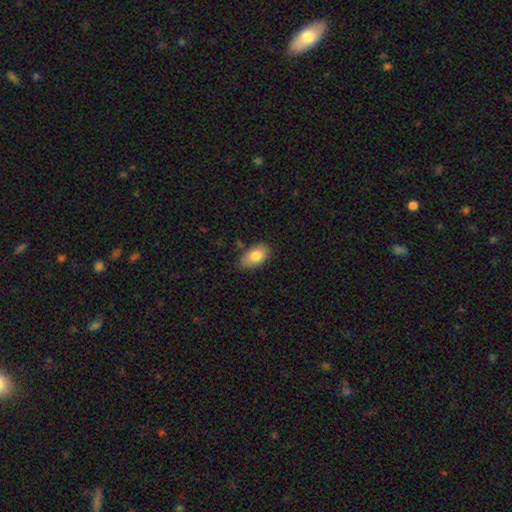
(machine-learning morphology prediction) smooth-or-featured: smooth: 82% | featured or disk: 11% | star or artifact: 7%
  how-rounded: in between: 93% | round: 5% | cigar-shaped: 2%
  merging: none: 79% | minor disturbance: 16% | major disturbance: 3% | merger: 2%